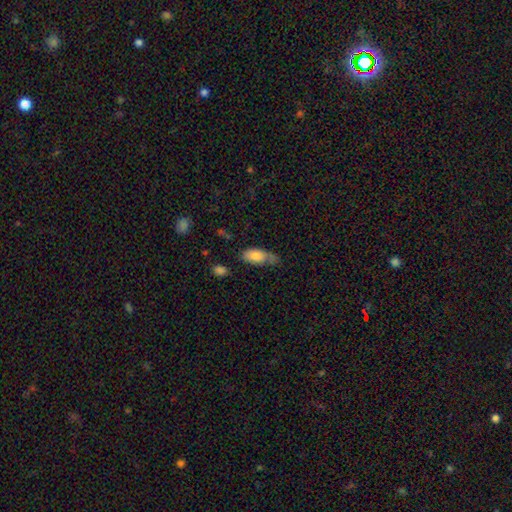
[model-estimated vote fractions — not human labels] smooth-or-featured: smooth: 76% | featured or disk: 17% | star or artifact: 7%
  how-rounded: in between: 88% | cigar-shaped: 9% | round: 3%
  merging: none: 42% | minor disturbance: 37% | major disturbance: 17% | merger: 4%